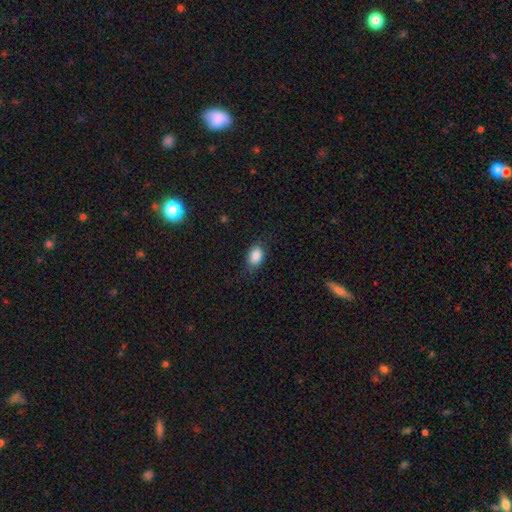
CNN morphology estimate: Smooth or featured? smooth (87%)
How rounded? in between (82%)
Merging? none (80%)